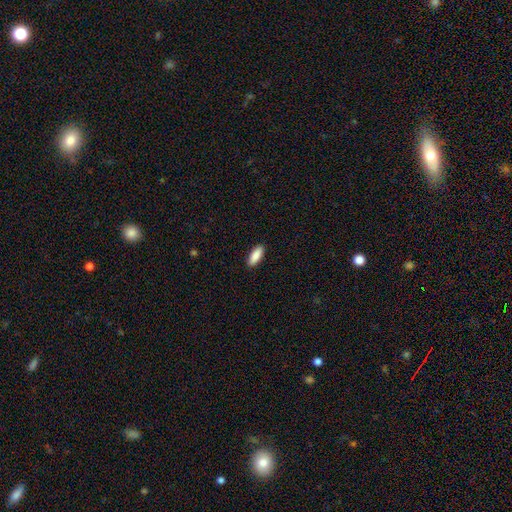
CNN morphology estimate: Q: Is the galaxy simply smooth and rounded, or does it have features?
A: smooth — 90%.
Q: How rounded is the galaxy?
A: in between — 73%.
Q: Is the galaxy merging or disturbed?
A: none — 91%.